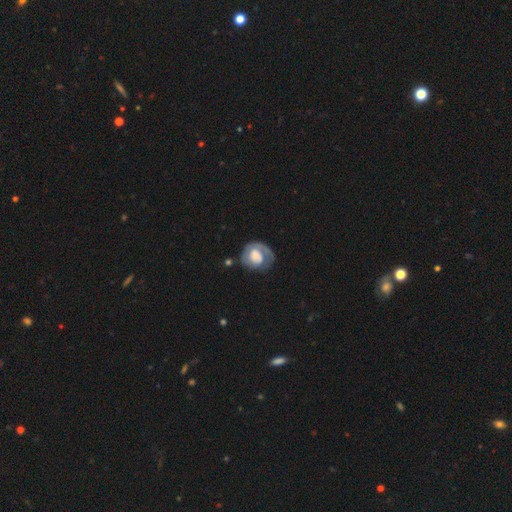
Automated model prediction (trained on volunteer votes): smooth-or-featured: featured or disk: 61% | smooth: 33% | star or artifact: 6%
  disk-edge-on: no: 98% | yes: 2%
    bar: no: 69% | weak: 25% | strong: 6%
    has-spiral-arms: yes: 76% | no: 24%
    bulge-size: large: 41% | moderate: 22% | none: 16% | small: 13% | dominant: 8%
  merging: none: 55% | minor disturbance: 22% | major disturbance: 19% | merger: 4%